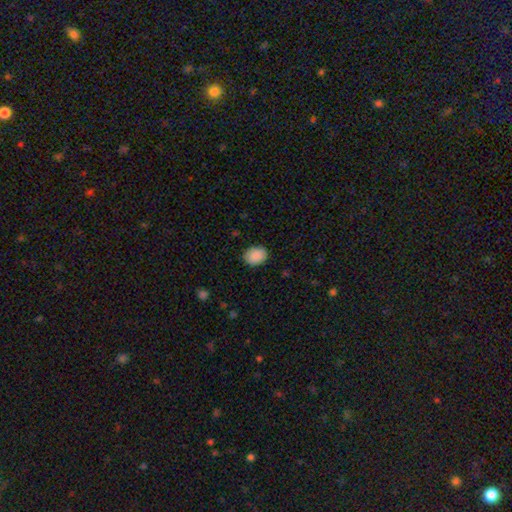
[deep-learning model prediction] smooth 90%, star or artifact 7%, featured or disk 3%. Down the decision tree: how rounded — in between (55%); merging — none (86%).